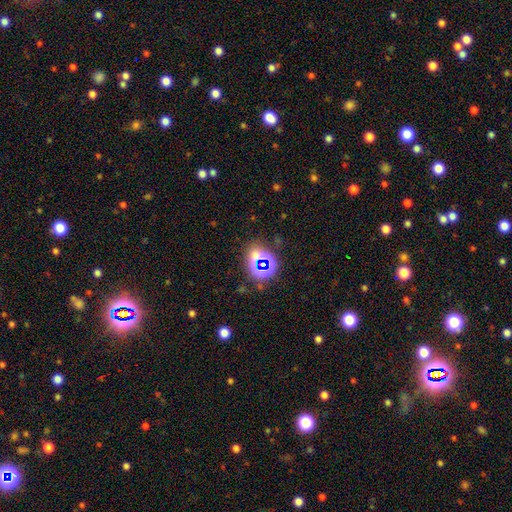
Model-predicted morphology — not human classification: Q: Smooth or featured?
A: star or artifact (62%); runner-up: smooth (28%)